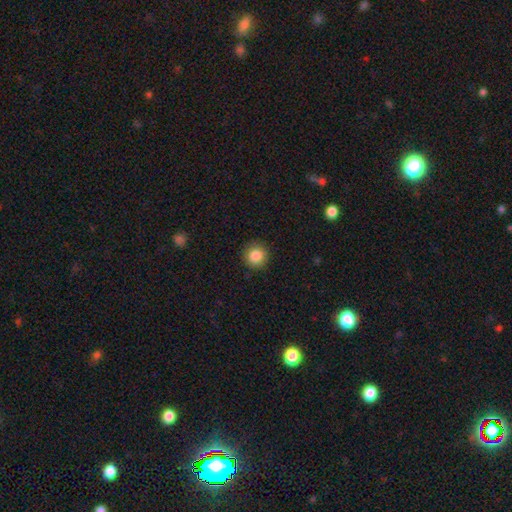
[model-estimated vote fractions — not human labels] The model was most divided on "smooth or featured": smooth: 85%, star or artifact: 10%, featured or disk: 5%. More confident: how rounded — round (94%); merging — none (91%).